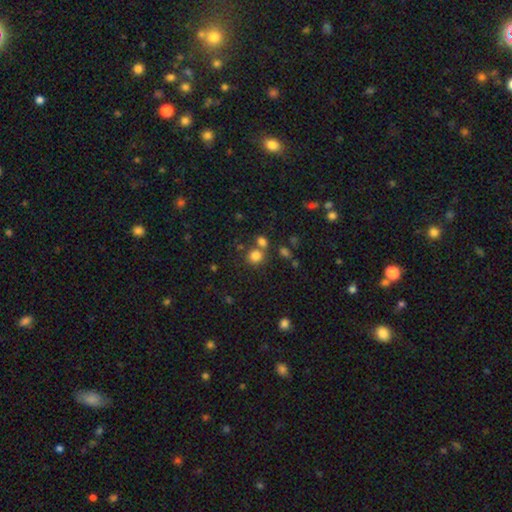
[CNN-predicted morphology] This is likely a smooth galaxy (80%). How rounded: clearly round (84%). Merging: likely none (63%).